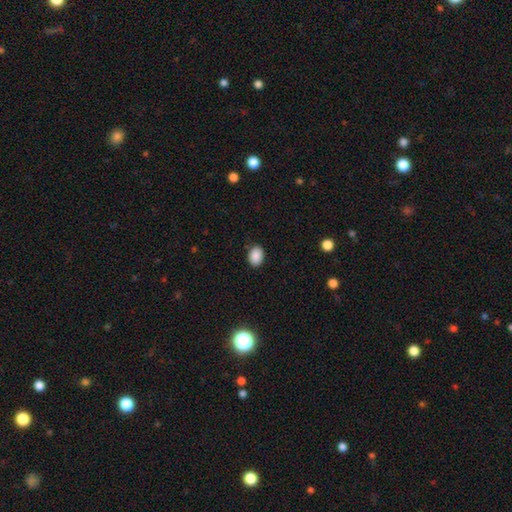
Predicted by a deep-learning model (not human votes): Smooth or featured: smooth — 89% (star or artifact — 8%)
How rounded: in between — 77% (round — 22%)
Merging: none — 85% (minor disturbance — 11%)